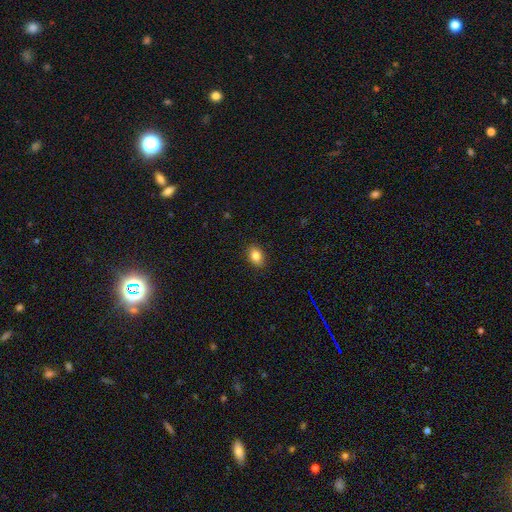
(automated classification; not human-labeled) smooth_or_featured: smooth (p=0.84) [alt: star or artifact p=0.09]
how_rounded: in between (p=0.78) [alt: round p=0.20]
merging: none (p=0.89) [alt: minor disturbance p=0.08]